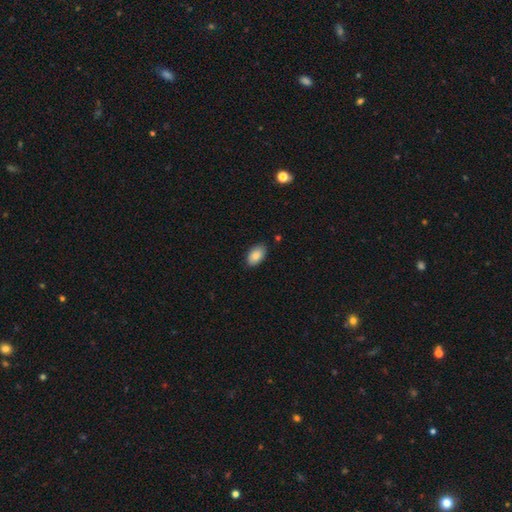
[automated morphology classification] Smooth or featured? Predicted: smooth (p=0.86). How rounded? Predicted: in between (p=0.94). Merging? Predicted: none (p=0.86).